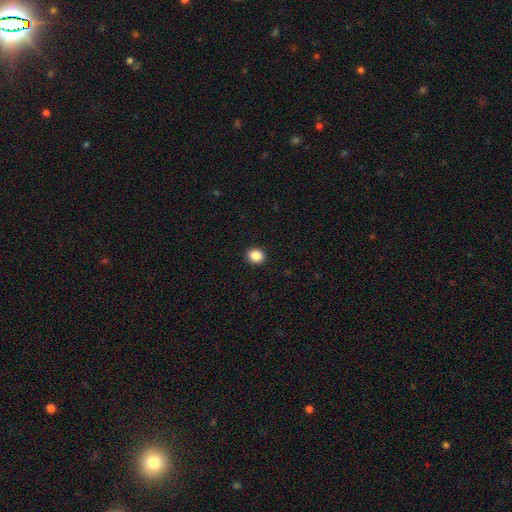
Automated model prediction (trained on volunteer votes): A smooth galaxy with no disk features (87%) that is round (64%).

Vote fractions:
- Smooth or featured? smooth: 87% / star or artifact: 9% / featured or disk: 3%
- How rounded? round: 64% / in between: 35% / cigar-shaped: 1%
- Merging? none: 92% / minor disturbance: 5% / major disturbance: 2% / merger: 1%